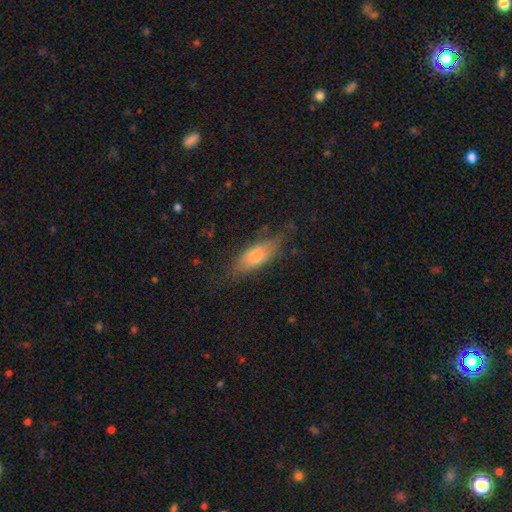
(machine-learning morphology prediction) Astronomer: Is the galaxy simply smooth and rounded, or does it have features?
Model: smooth — 69%.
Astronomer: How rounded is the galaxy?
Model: in between — 64%.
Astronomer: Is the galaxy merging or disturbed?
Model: none — 67%.